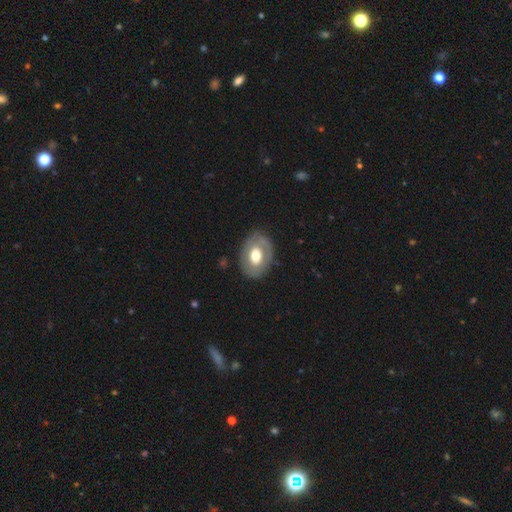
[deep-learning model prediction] Overall: smooth (50%; featured or disk 44%). Merging: none (77%).